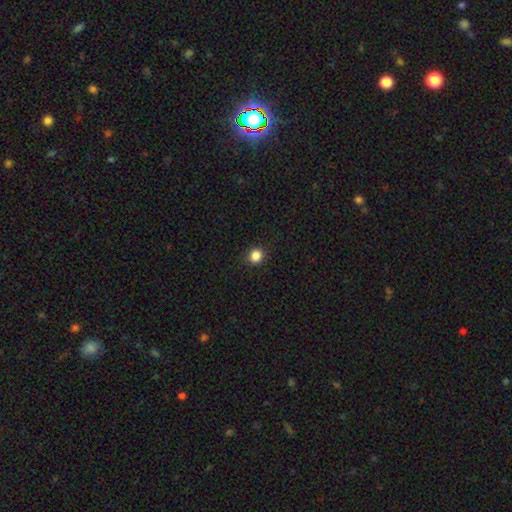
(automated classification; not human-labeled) A smooth galaxy with no disk features (85%) that is round (87%). Merging: none (90%).